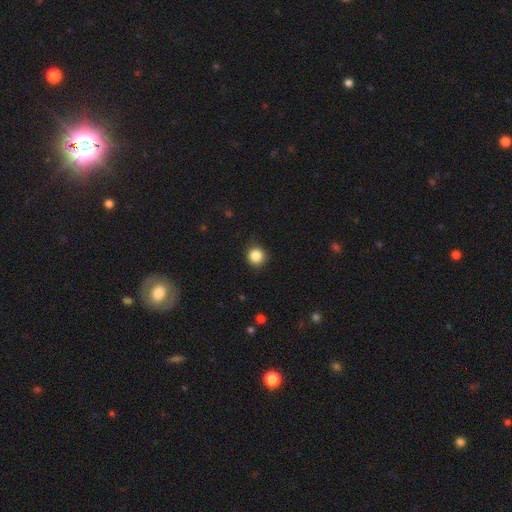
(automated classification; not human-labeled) Smooth or featured: smooth — 86% (star or artifact — 10%)
How rounded: round — 94% (in between — 5%)
Merging: none — 89% (minor disturbance — 7%)